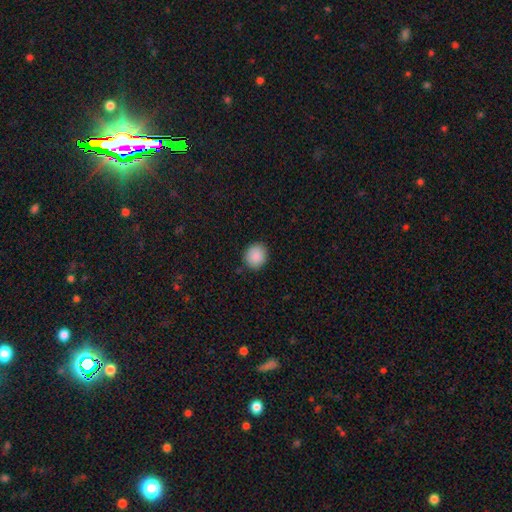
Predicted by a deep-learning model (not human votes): A smooth galaxy with no disk features (89%) that is round (75%). Merging: none (88%).